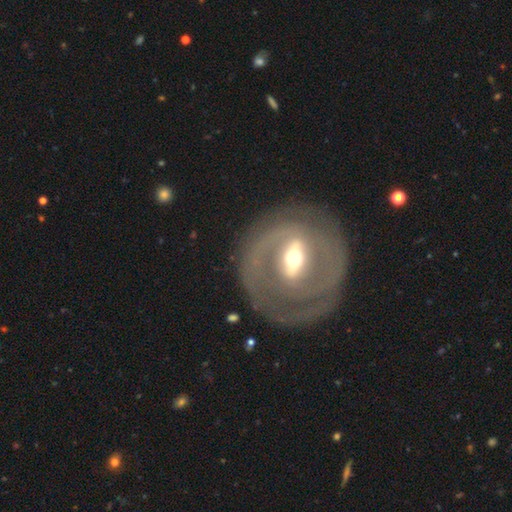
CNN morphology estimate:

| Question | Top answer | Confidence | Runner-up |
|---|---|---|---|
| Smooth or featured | featured or disk | 81% | smooth (14%) |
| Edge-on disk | no | 94% | yes (6%) |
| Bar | strong | 49% | weak (37%) |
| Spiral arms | yes | 68% | no (32%) |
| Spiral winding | tight | 63% | medium (26%) |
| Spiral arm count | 2 | 46% | can't tell (26%) |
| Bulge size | moderate | 64% | small (27%) |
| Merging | none | 72% | minor disturbance (15%) |